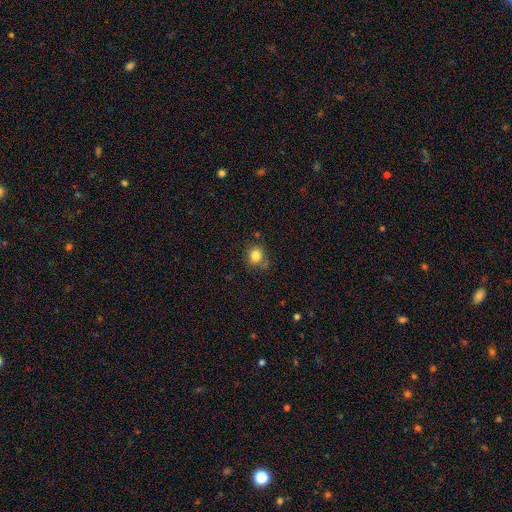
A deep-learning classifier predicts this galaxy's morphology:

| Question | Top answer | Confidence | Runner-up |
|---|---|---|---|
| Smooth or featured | smooth | 83% | star or artifact (11%) |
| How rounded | round | 81% | in between (18%) |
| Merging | none | 73% | minor disturbance (17%) |